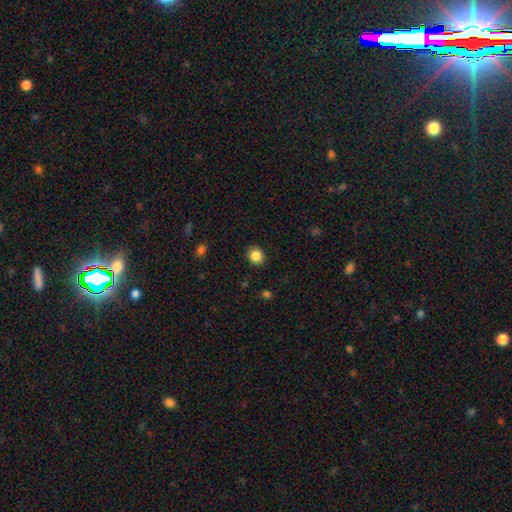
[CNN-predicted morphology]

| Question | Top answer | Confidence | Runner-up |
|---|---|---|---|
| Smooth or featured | smooth | 86% | star or artifact (10%) |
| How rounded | round | 80% | in between (19%) |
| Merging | none | 90% | minor disturbance (7%) |